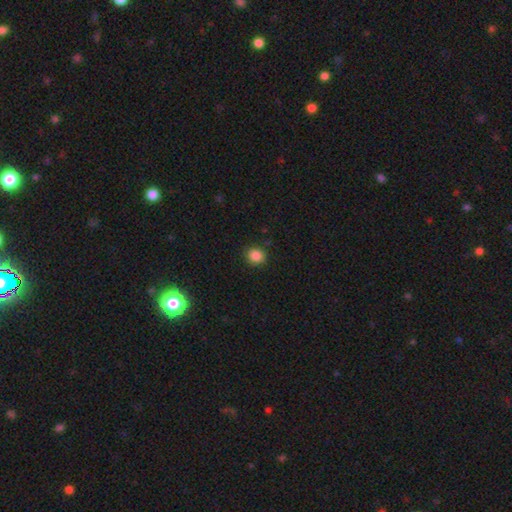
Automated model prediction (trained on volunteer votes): A smooth galaxy with no disk features (86%) that is round (83%). Merging: none (90%).